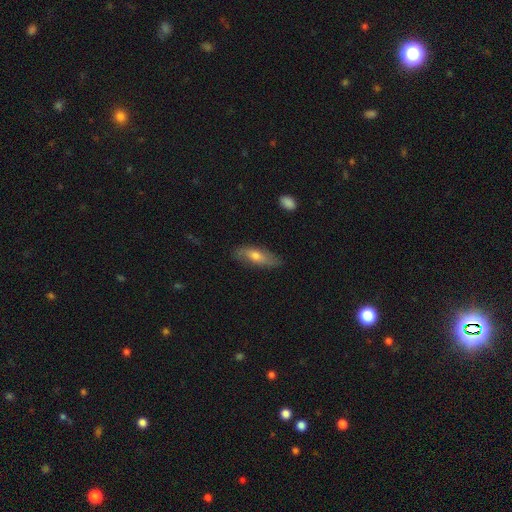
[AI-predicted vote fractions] The model was most divided on "smooth or featured": smooth: 58%, featured or disk: 36%, star or artifact: 7%. More confident: merging — none (76%); how rounded — in between (60%).